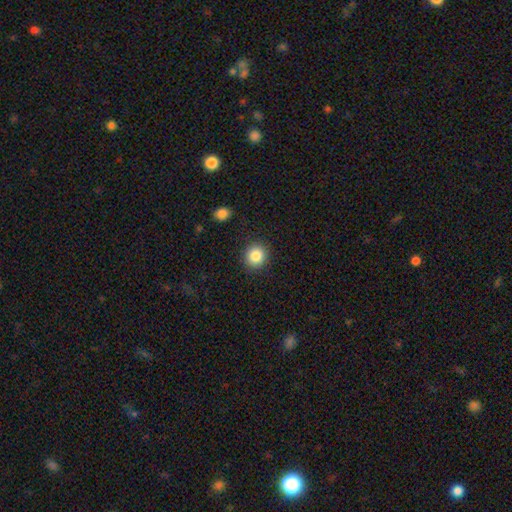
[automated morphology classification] Smooth or featured?
  - smooth: 85% *
  - star or artifact: 9%
  - featured or disk: 6%
How rounded?
  - round: 87% *
  - in between: 12%
  - cigar-shaped: 1%
Merging?
  - none: 90% *
  - minor disturbance: 6%
  - major disturbance: 2%
  - merger: 1%